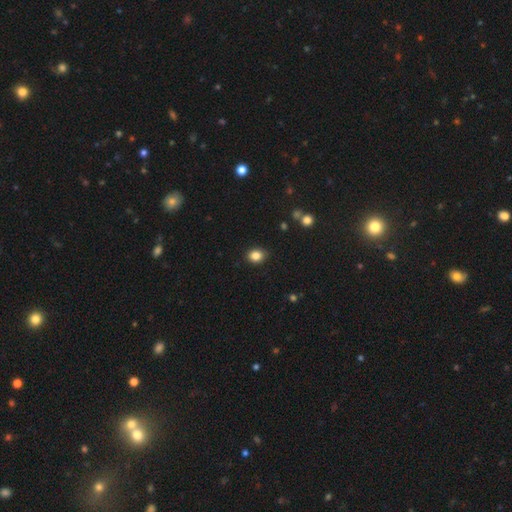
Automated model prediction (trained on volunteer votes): Smooth or featured? smooth (84%)
How rounded? round (55%)
Merging? none (88%)